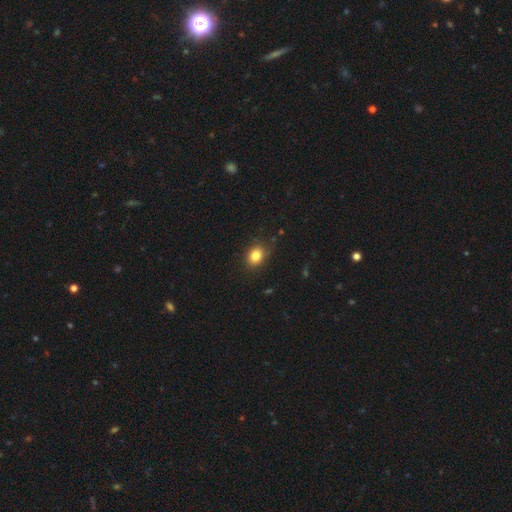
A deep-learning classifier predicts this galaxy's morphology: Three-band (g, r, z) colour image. It shows a smooth galaxy with no disk features (84%) that is in between round and cigar-shaped (56%). Merging: none (82%).